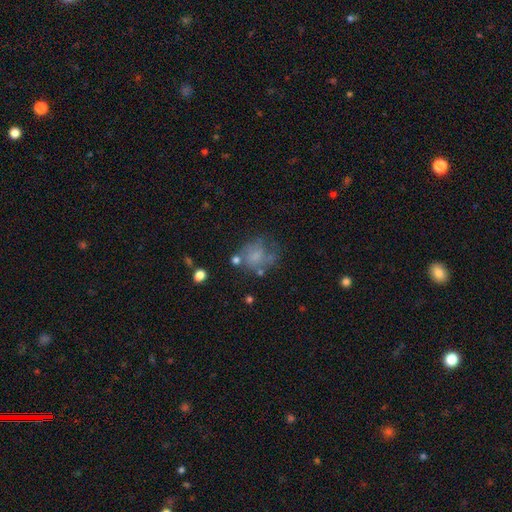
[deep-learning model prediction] This is possibly a smooth galaxy (52%). How rounded: possibly round (57%). Merging: marginally none (40%).